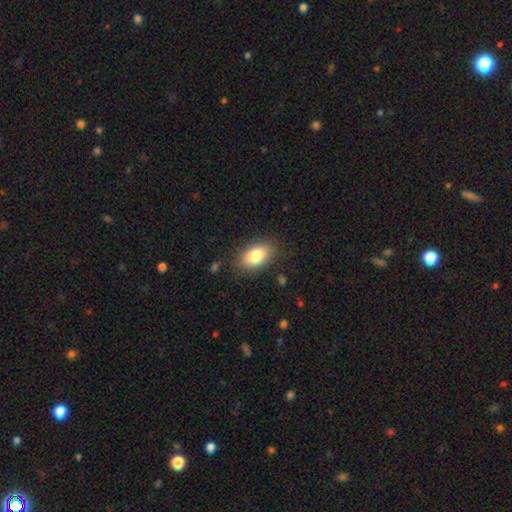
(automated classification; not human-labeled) This appears to be a smooth galaxy with no disk features (82%) that is in between round and cigar-shaped (89%). Merging: none (84%).